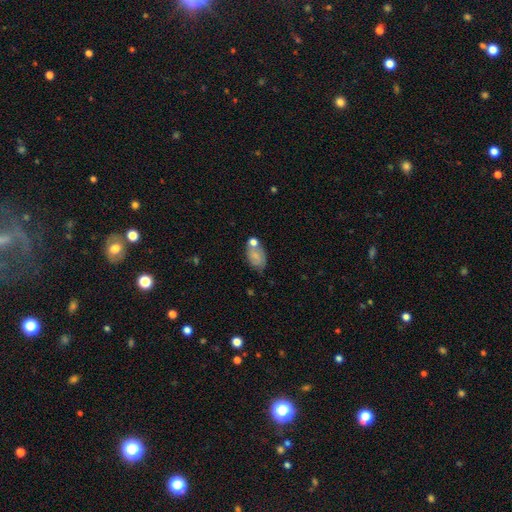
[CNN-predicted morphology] smooth 64%, featured or disk 27%, star or artifact 9%. Down the decision tree: how rounded — in between (88%); merging — none (46%).